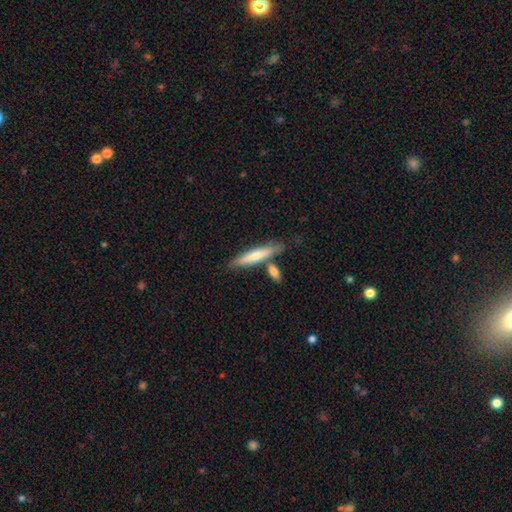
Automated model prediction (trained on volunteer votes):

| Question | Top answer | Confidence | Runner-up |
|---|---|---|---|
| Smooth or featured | smooth | 61% | featured or disk (34%) |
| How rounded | cigar-shaped | 85% | in between (13%) |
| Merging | none | 67% | merger (17%) |